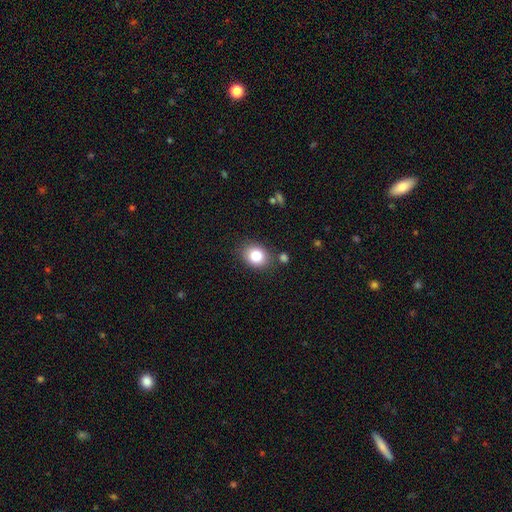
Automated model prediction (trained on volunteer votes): Smooth or featured? smooth (84%)
How rounded? round (54%)
Merging? none (80%)